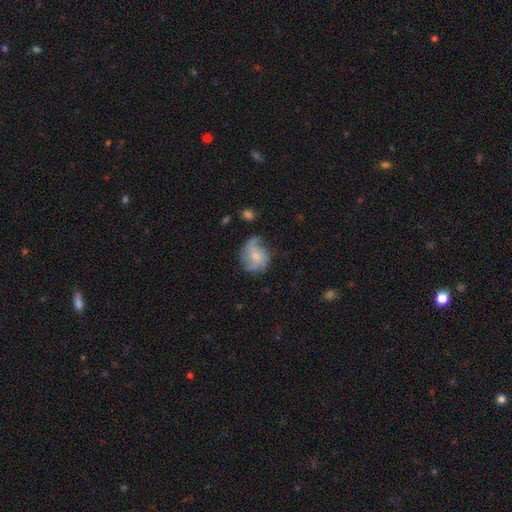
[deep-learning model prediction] This is possibly a featured or disk galaxy (52%). It is clearly not viewed edge-on (97%). Bar: likely no (68%). Spiral arm pattern: likely yes (75%). Central bulge: marginally moderate (38%). Merging: possibly none (48%).